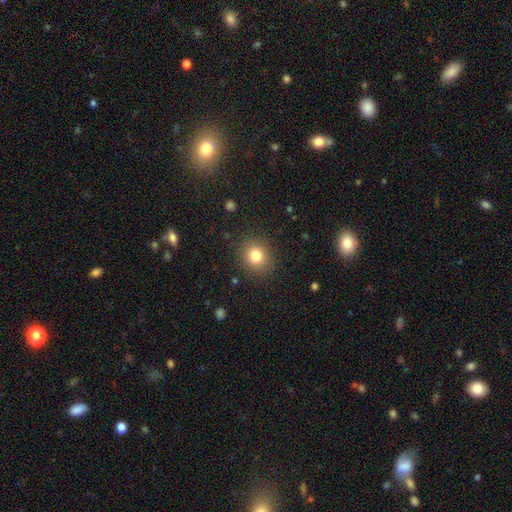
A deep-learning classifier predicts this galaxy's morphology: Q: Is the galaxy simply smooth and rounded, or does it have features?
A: smooth — 80%.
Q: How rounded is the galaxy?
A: round — 83%.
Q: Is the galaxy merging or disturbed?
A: none — 88%.